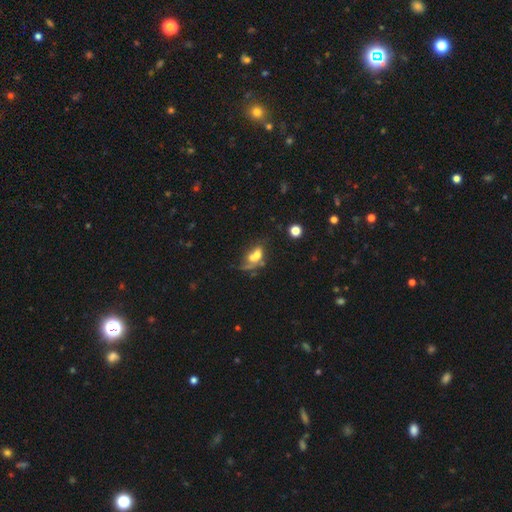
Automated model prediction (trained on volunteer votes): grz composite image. It shows a smooth galaxy with no disk features (50%) that is in between round and cigar-shaped (65%). Merging: merger (53%).